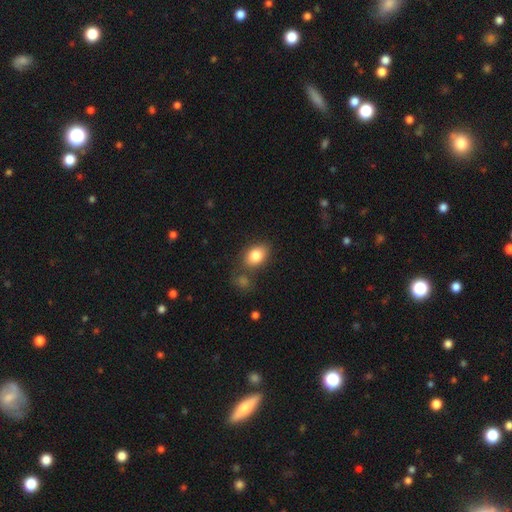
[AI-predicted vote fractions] This is clearly a smooth galaxy (83%). How rounded: likely in between (78%). Merging: likely none (72%).